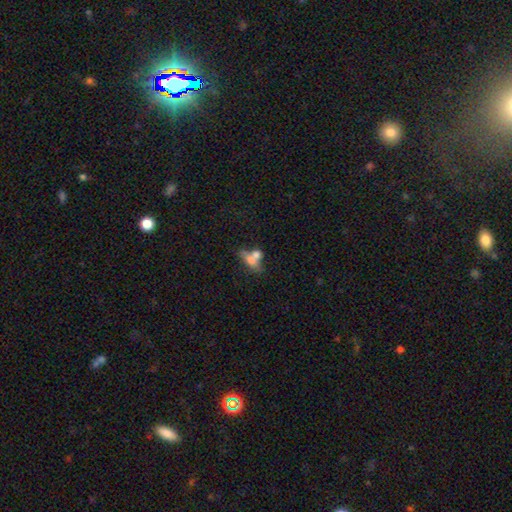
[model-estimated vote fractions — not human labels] This appears to be a smooth galaxy with no disk features (59%) that is in between round and cigar-shaped (66%). Merging: merger (56%).